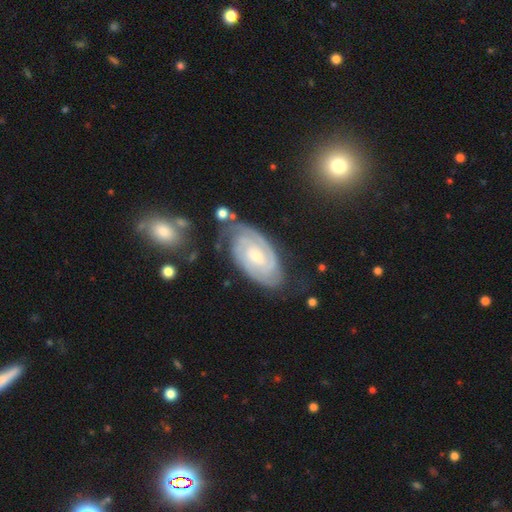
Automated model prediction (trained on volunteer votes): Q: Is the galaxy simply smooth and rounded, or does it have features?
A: featured or disk — 88%.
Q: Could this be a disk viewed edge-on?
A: no — 97%.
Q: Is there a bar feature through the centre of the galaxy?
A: no — 51%.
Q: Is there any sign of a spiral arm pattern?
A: yes — 98%.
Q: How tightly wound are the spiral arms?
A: tight — 79%.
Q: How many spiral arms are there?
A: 2 — 68%.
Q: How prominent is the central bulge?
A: small — 59%.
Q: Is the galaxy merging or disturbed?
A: none — 72%.